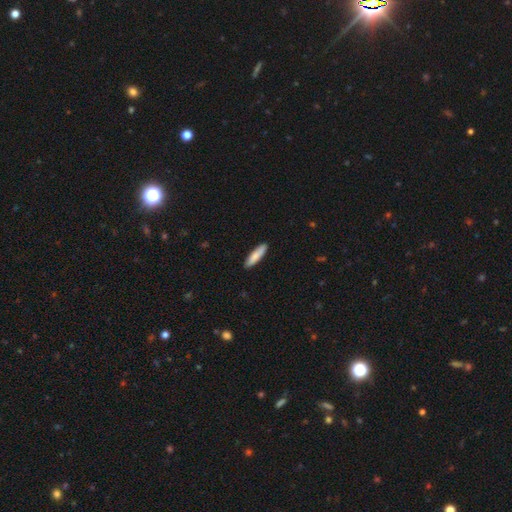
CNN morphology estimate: smooth 83%, featured or disk 12%, star or artifact 5%. Down the decision tree: how rounded — cigar-shaped (76%); merging — none (90%).